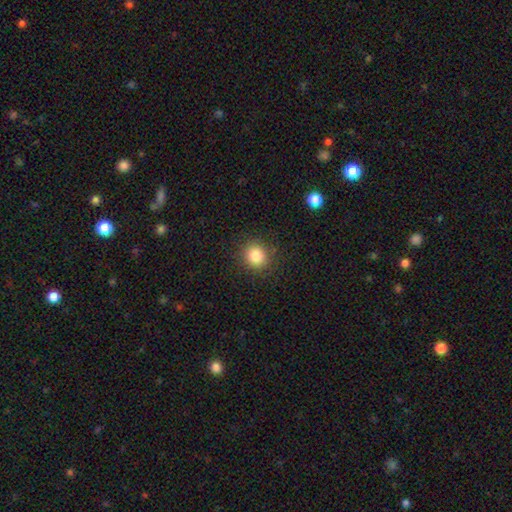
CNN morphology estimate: Smooth or featured? smooth (84%)
How rounded? round (85%)
Merging? none (89%)